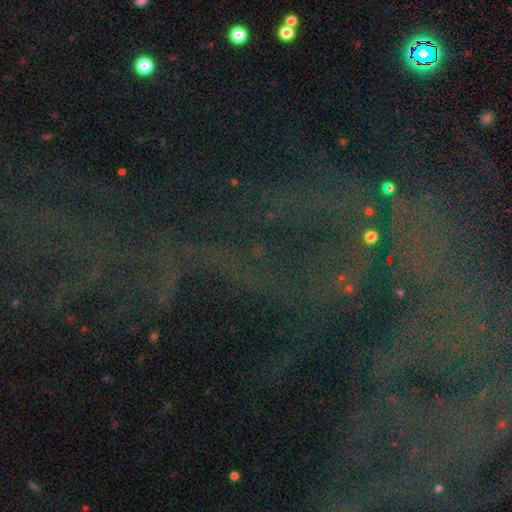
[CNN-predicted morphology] Smooth or featured? Predicted: star or artifact (p=0.74).